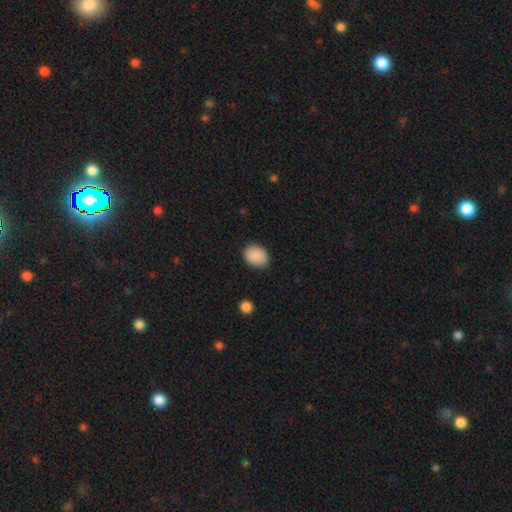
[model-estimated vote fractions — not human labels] smooth 90%, star or artifact 7%, featured or disk 3%. Down the decision tree: how rounded — in between (59%); merging — none (86%).